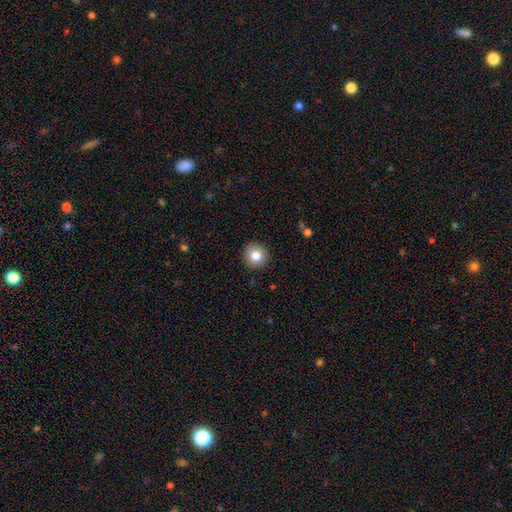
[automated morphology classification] This is clearly a smooth galaxy (82%). How rounded: clearly round (94%). Merging: clearly none (91%).